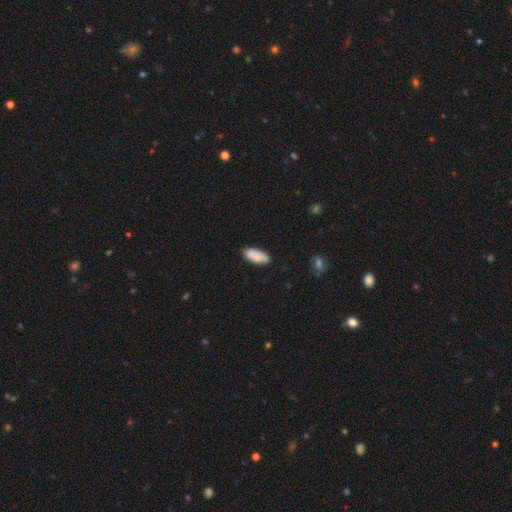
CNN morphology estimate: Smooth or featured: smooth — 88% (featured or disk — 6%)
How rounded: in between — 84% (cigar-shaped — 14%)
Merging: none — 84% (minor disturbance — 12%)